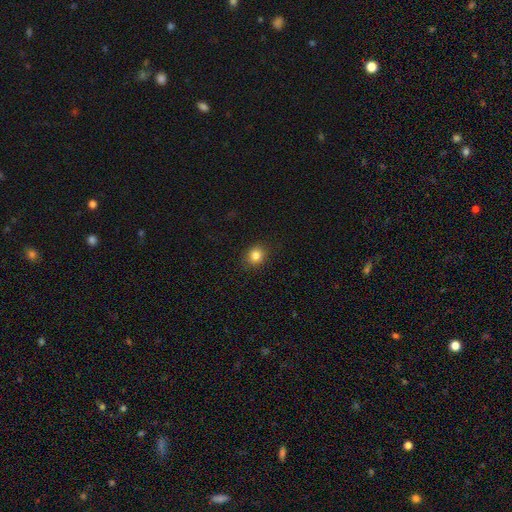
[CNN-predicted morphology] The model was most divided on "how rounded": round: 76%, in between: 23%, cigar-shaped: 1%. More confident: merging — none (89%); smooth or featured — smooth (84%).